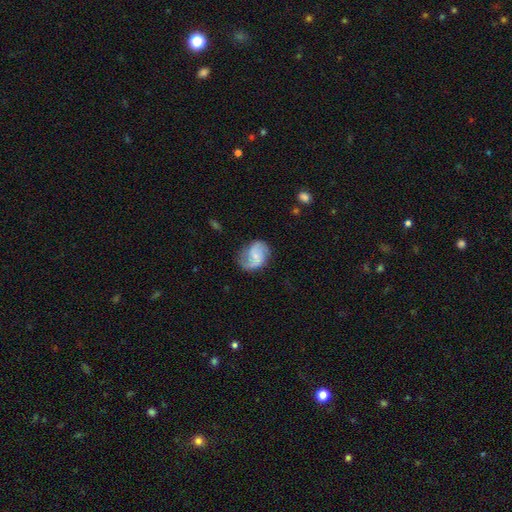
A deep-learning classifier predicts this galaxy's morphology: type=featured or disk (75%); edge-on=no (98%); bar=no (48%); spiral arms=yes (94%); winding=medium (46%); arm count=2 (82%); bulge=small (62%); merging=none (66%).